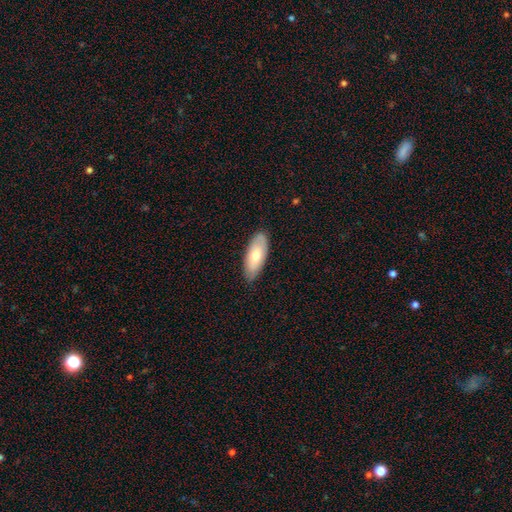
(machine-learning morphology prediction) Smooth or featured? smooth (68%)
How rounded? in between (85%)
Merging? none (83%)